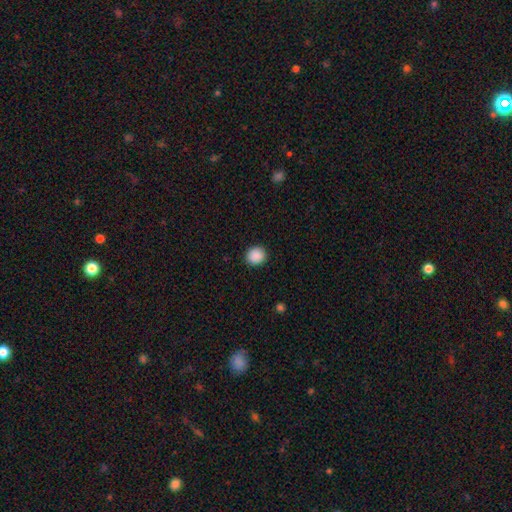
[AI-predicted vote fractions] smooth_or_featured: smooth (p=0.90) [alt: star or artifact p=0.08]
how_rounded: round (p=0.87) [alt: in between p=0.12]
merging: none (p=0.92) [alt: minor disturbance p=0.06]